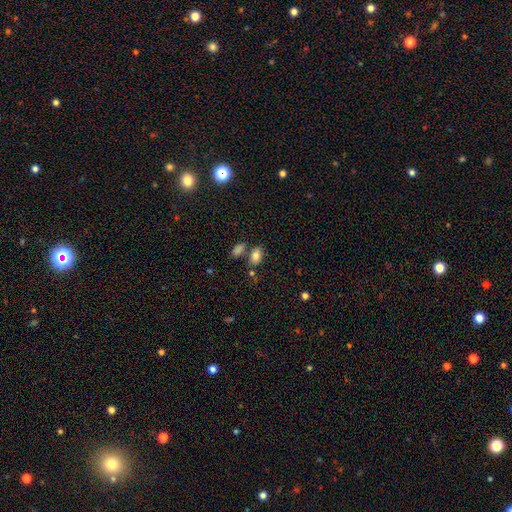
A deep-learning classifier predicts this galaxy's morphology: Overall: smooth (83%). How rounded: in between (89%). Merging: none (67%).